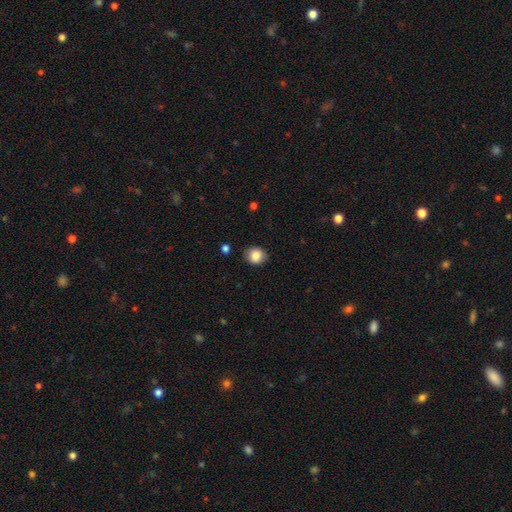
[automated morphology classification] A smooth galaxy with no disk features (86%) that is round (73%). Merging: none (85%).